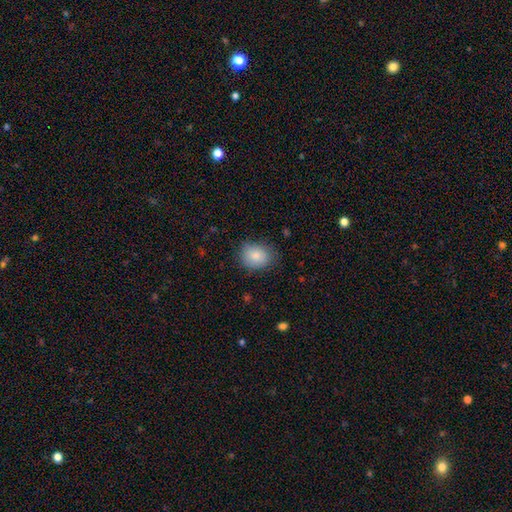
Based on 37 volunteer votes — smooth 92%, star or artifact 5%, featured or disk 3%. Down the decision tree: how rounded — round (71%); merging — none (74%).